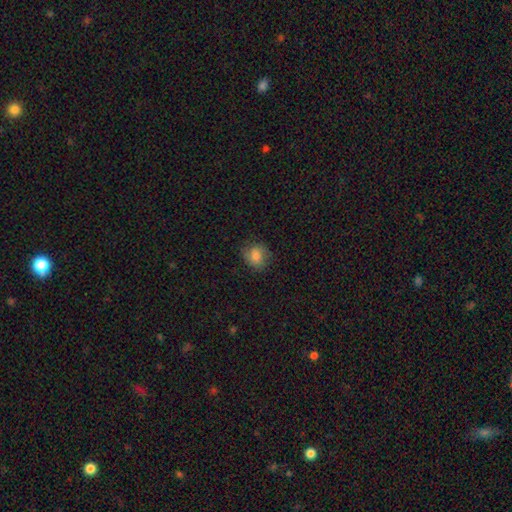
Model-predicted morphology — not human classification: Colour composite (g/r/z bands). It shows a smooth galaxy with no disk features (80%) that is round (68%). Merging: none (76%).